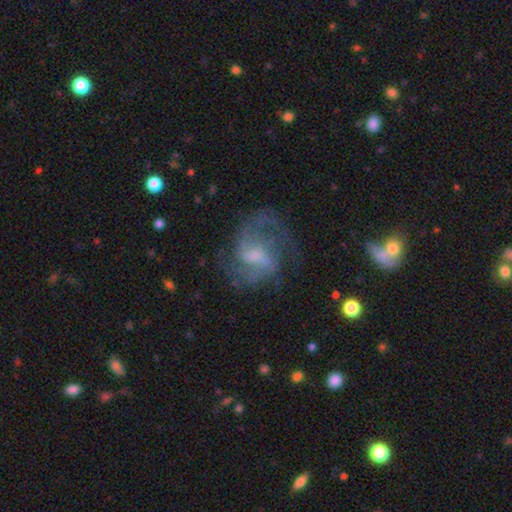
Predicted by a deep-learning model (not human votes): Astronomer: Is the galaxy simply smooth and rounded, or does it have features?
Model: featured or disk — 80%.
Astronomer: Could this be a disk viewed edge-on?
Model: no — 98%.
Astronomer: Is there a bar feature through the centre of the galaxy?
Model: weak — 56%.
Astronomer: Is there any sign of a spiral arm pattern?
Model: yes — 91%.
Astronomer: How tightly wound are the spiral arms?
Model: medium — 51% (runner-up: loose, 30%).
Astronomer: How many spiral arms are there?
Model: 2 — 56%.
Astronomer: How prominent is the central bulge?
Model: moderate — 37% (runner-up: small, 34%).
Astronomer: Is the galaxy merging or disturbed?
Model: none — 58%.